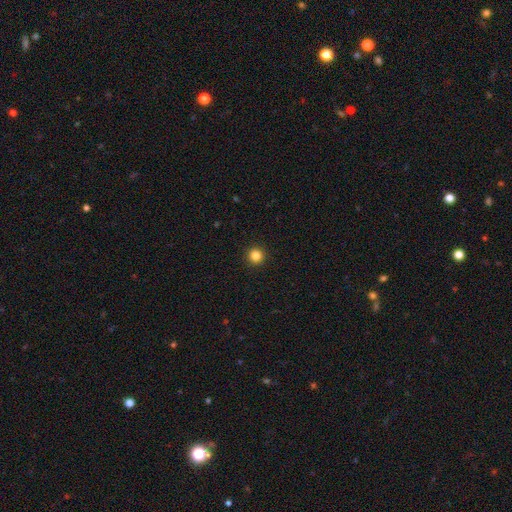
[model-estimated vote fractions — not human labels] Smooth or featured: smooth — 84% (star or artifact — 12%)
How rounded: round — 96% (in between — 3%)
Merging: none — 94% (minor disturbance — 4%)